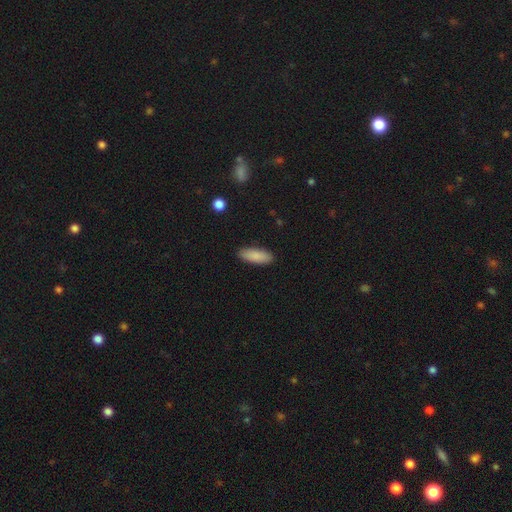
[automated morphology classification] Q: Smooth or featured?
A: smooth (88%); runner-up: star or artifact (6%)
Q: How rounded?
A: in between (66%); runner-up: cigar-shaped (32%)
Q: Merging?
A: none (89%); runner-up: minor disturbance (8%)